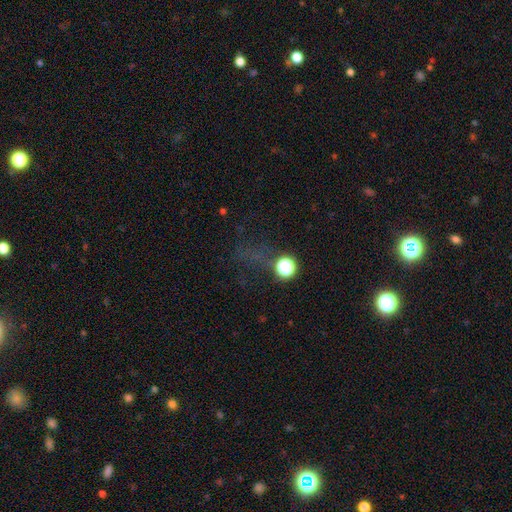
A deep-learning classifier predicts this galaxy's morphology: A star or artifact, not a galaxy (55%).

Vote fractions:
- Smooth or featured? star or artifact: 55% / smooth: 33% / featured or disk: 12%